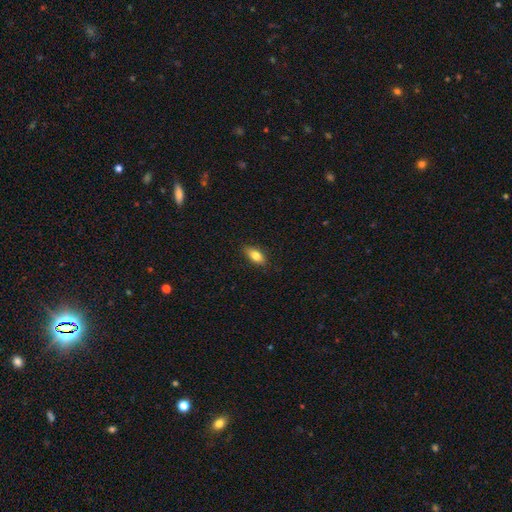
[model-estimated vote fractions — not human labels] The model was most divided on "smooth or featured": smooth: 78%, featured or disk: 14%, star or artifact: 8%. More confident: merging — none (84%); how rounded — in between (83%).